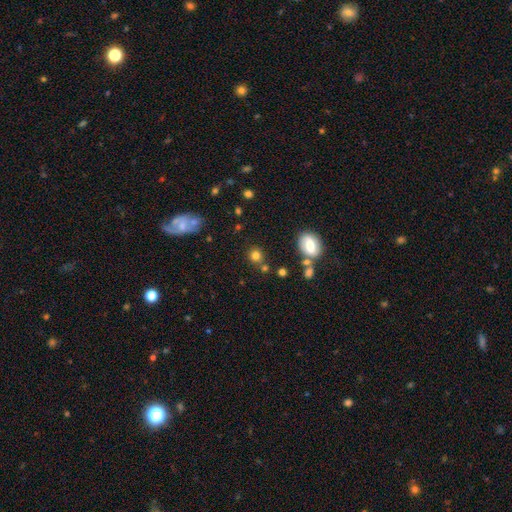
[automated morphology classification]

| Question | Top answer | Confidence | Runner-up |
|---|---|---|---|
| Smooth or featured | smooth | 77% | star or artifact (15%) |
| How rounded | round | 84% | in between (14%) |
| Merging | none | 73% | merger (13%) |